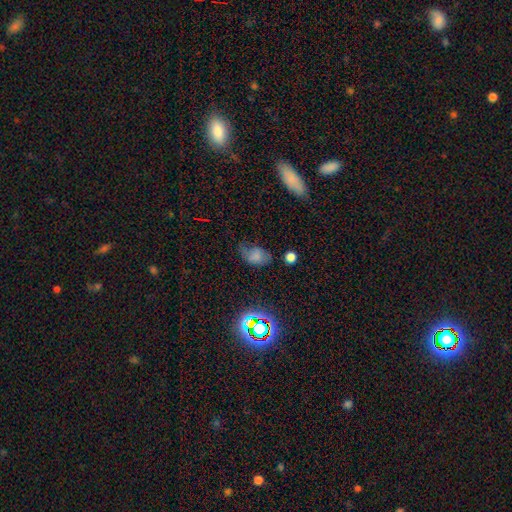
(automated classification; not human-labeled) smooth 62%, featured or disk 20%, star or artifact 18%. Down the decision tree: how rounded — in between (82%); merging — none (44%).